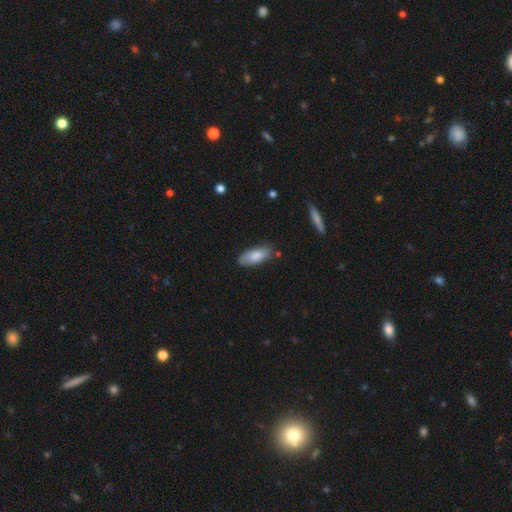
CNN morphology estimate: Smooth or featured: smooth — 78% (featured or disk — 16%)
How rounded: in between — 80% (cigar-shaped — 18%)
Merging: none — 71% (minor disturbance — 22%)